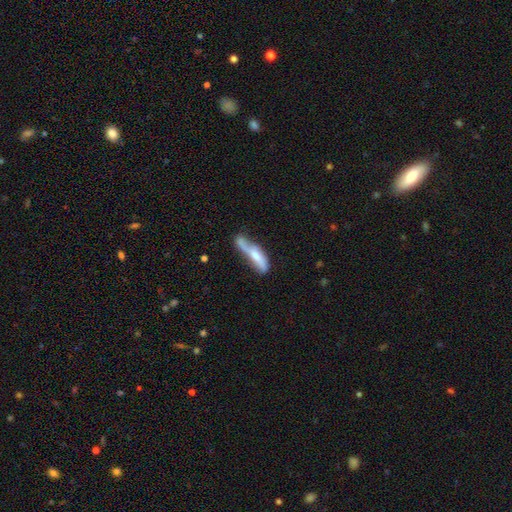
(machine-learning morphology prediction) Overall: smooth (54%; featured or disk 40%). How rounded: cigar-shaped (67%; in between 31%). Merging: none (30%; minor disturbance 26%).